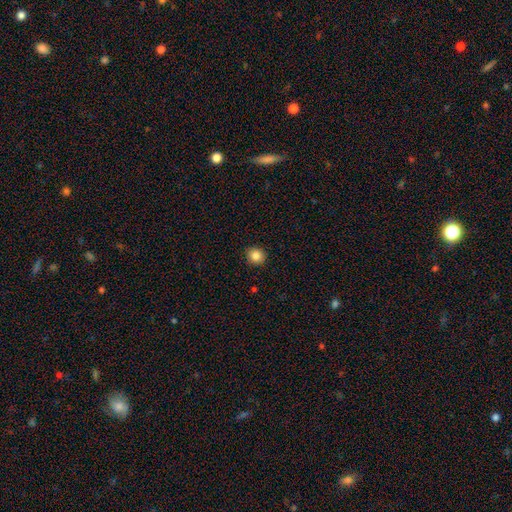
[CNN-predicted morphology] The model was most divided on "how rounded": round: 86%, in between: 13%, cigar-shaped: 1%. More confident: merging — none (92%); smooth or featured — smooth (85%).